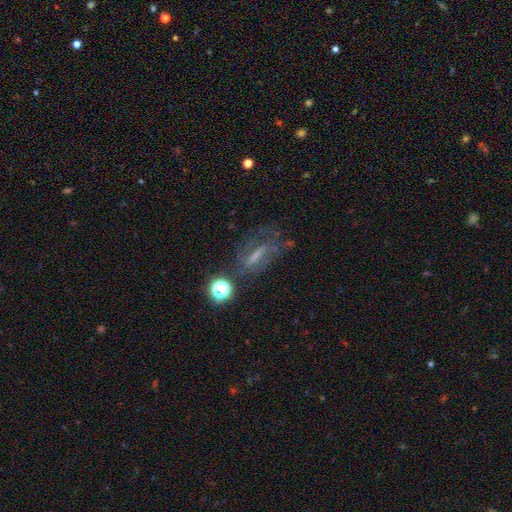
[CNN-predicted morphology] A featured or disk galaxy (53%).

Vote fractions:
- Smooth or featured? featured or disk: 53% / smooth: 26% / star or artifact: 22%
- Edge-on disk? no: 78% / yes: 22%
- Merging? none: 50% / major disturbance: 23% / minor disturbance: 21% / merger: 6%